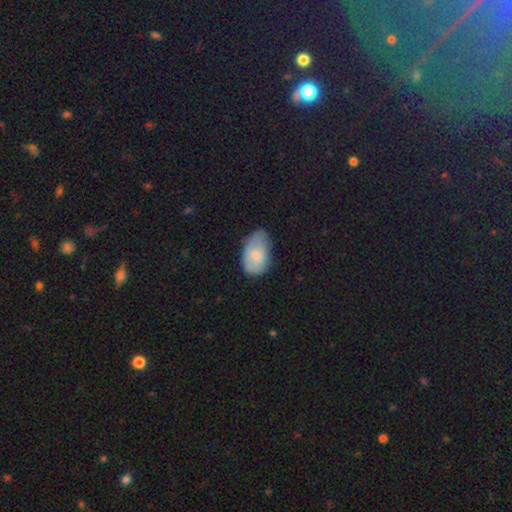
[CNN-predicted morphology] Smooth or featured: smooth — 73% (featured or disk — 20%)
How rounded: in between — 92% (round — 6%)
Merging: none — 55% (minor disturbance — 35%)